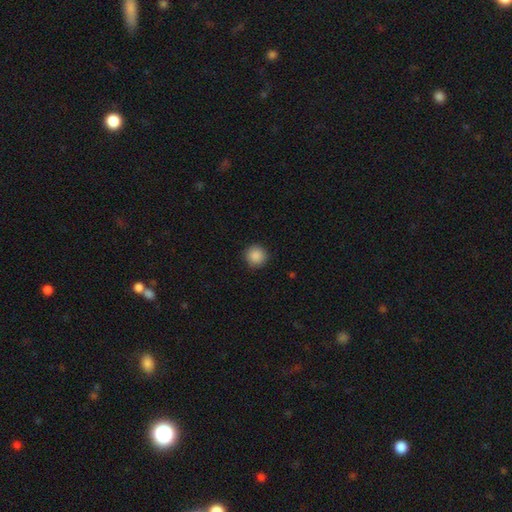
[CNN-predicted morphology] Smooth or featured? smooth (89%)
How rounded? round (95%)
Merging? none (91%)